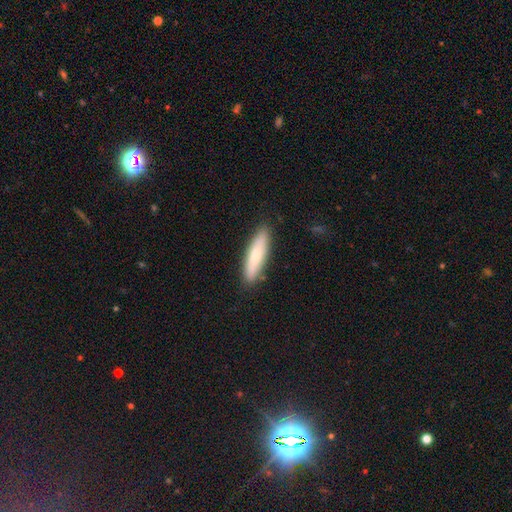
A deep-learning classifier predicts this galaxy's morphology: smooth 75%, featured or disk 20%, star or artifact 5%. Down the decision tree: how rounded — cigar-shaped (78%); merging — none (87%).